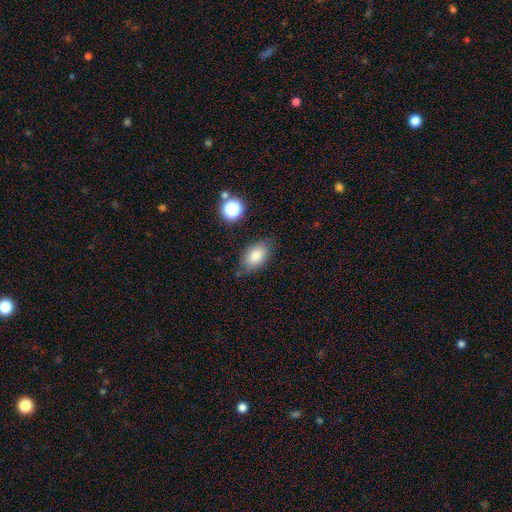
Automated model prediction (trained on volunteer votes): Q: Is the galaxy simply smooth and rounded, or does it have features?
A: smooth — 81%.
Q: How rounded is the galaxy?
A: in between — 89%.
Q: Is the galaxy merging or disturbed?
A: none — 76%.